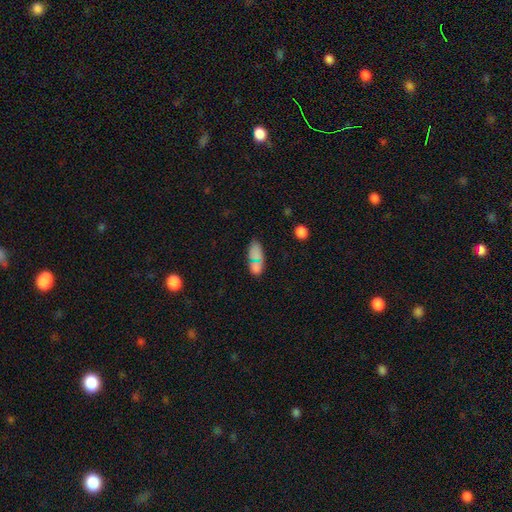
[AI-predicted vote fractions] This appears to be a smooth galaxy with no disk features (72%) that is in between round and cigar-shaped (87%). Merging: none (72%).